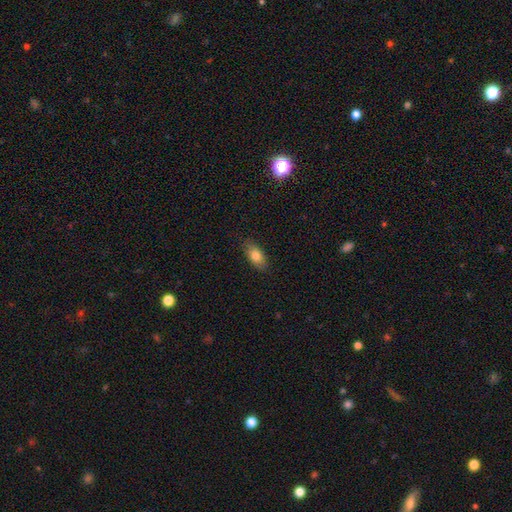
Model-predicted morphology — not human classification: Smooth or featured? Predicted: smooth (p=0.78). How rounded? Predicted: in between (p=0.88). Merging? Predicted: none (p=0.85).